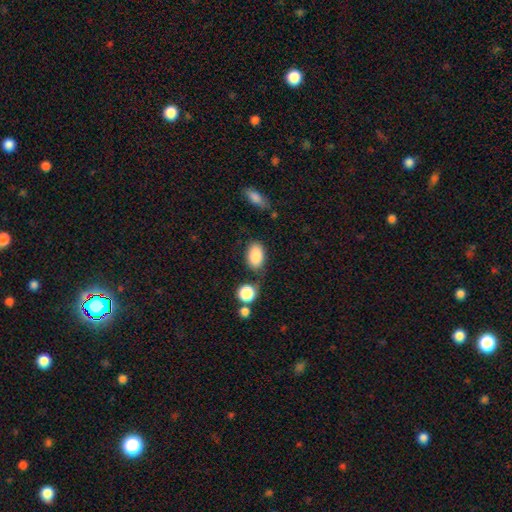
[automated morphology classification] type=smooth (87%); roundness=in between (90%); merging=none (70%).